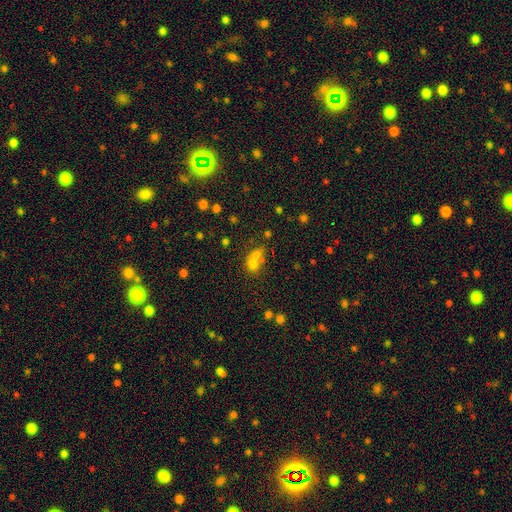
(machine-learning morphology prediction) smooth 62%, star or artifact 22%, featured or disk 15%. Down the decision tree: how rounded — round (60%); merging — merger (56%).